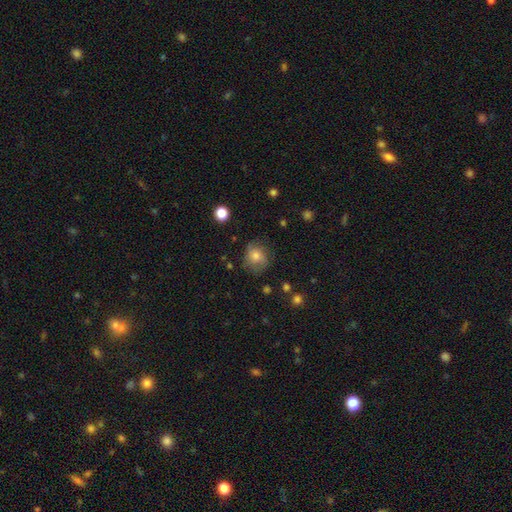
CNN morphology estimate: Smooth or featured?
  - smooth: 71% *
  - featured or disk: 18%
  - star or artifact: 11%
How rounded?
  - round: 77% *
  - in between: 22%
  - cigar-shaped: 1%
Merging?
  - none: 64% *
  - minor disturbance: 23%
  - major disturbance: 11%
  - merger: 2%